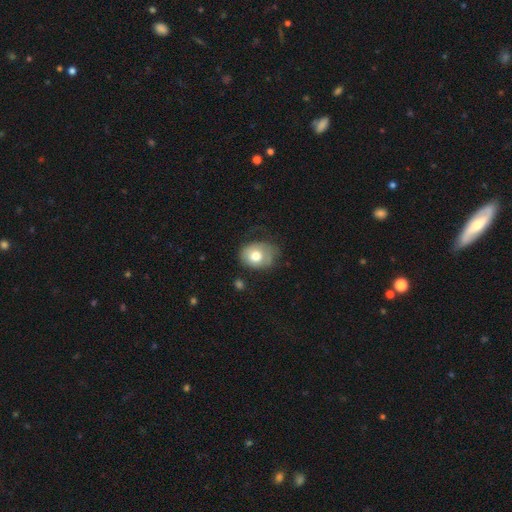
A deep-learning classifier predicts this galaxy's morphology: Overall: smooth (72%). How rounded: in between (50%; round 49%). Merging: none (52%; minor disturbance 32%).